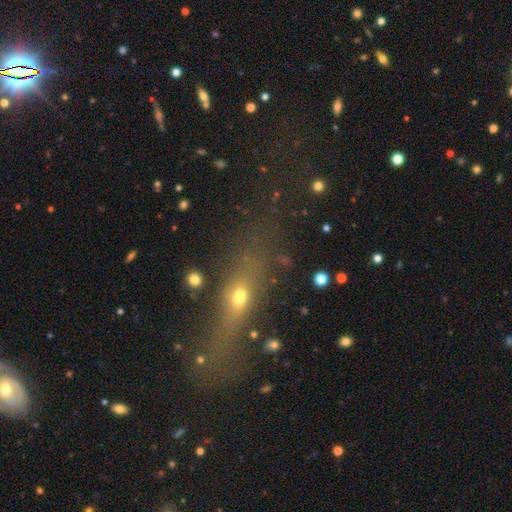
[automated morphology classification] smooth-or-featured: smooth: 42% | featured or disk: 33% | star or artifact: 25%
  merging: none: 62% | minor disturbance: 18% | major disturbance: 14% | merger: 6%